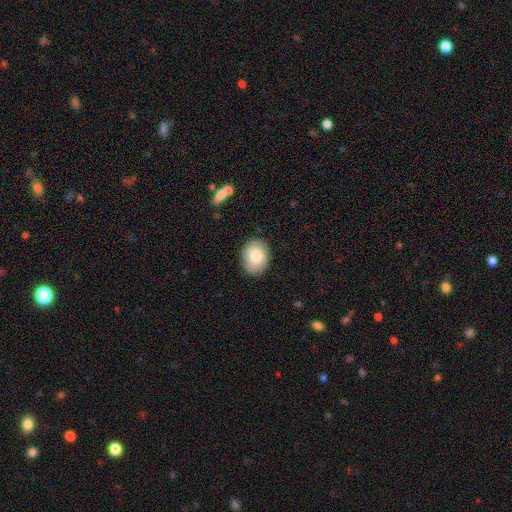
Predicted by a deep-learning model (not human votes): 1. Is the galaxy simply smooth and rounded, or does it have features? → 79% smooth, 14% featured or disk, 7% star or artifact.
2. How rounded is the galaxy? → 65% in between, 34% round, 1% cigar-shaped.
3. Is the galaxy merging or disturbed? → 85% none, 11% minor disturbance, 3% major disturbance, 1% merger.